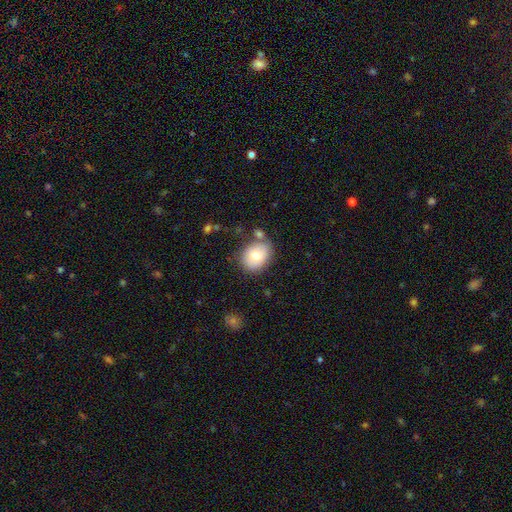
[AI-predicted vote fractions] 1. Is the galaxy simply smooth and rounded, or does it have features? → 74% smooth, 18% featured or disk, 8% star or artifact.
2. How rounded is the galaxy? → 59% in between, 40% round, 1% cigar-shaped.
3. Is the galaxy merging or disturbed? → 71% none, 16% minor disturbance, 9% merger, 4% major disturbance.